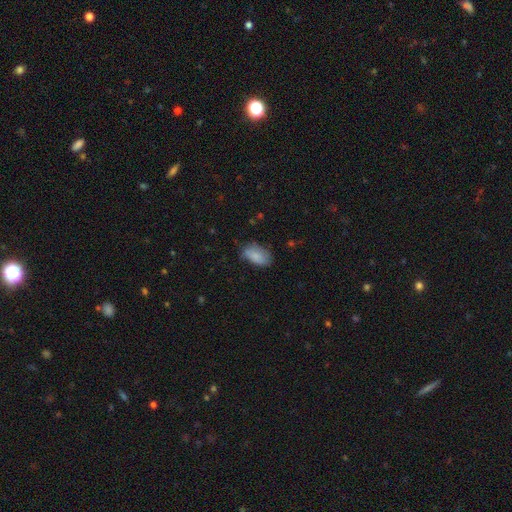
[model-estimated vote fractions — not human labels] A smooth galaxy with no disk features (84%) that is in between round and cigar-shaped (93%). Merging: none (62%).